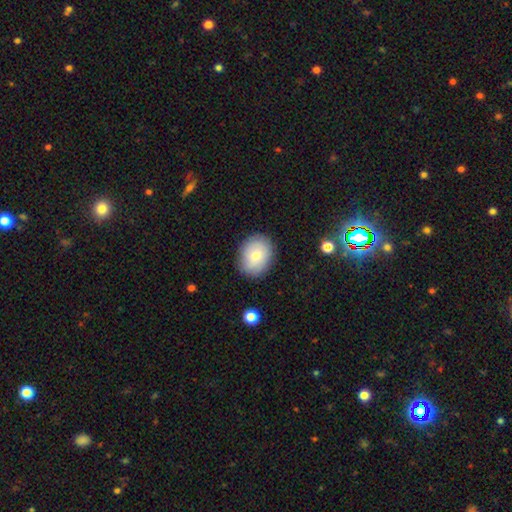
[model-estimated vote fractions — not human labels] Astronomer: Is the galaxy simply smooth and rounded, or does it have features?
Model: smooth — 72%.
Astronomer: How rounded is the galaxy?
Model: in between — 55% (runner-up: round, 44%).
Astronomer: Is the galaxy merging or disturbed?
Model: none — 84%.